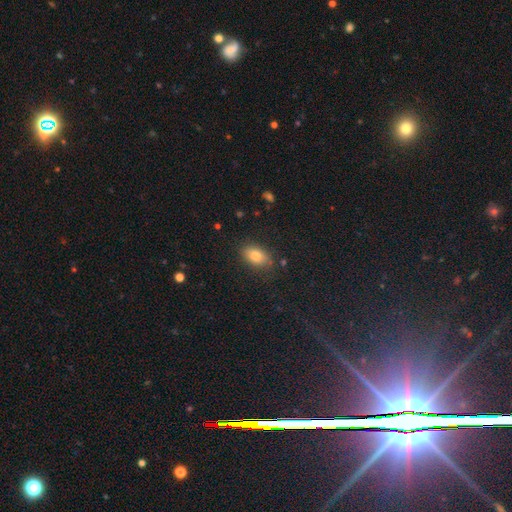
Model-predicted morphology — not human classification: This is clearly a smooth galaxy (81%). How rounded: clearly in between (87%). Merging: clearly none (82%).